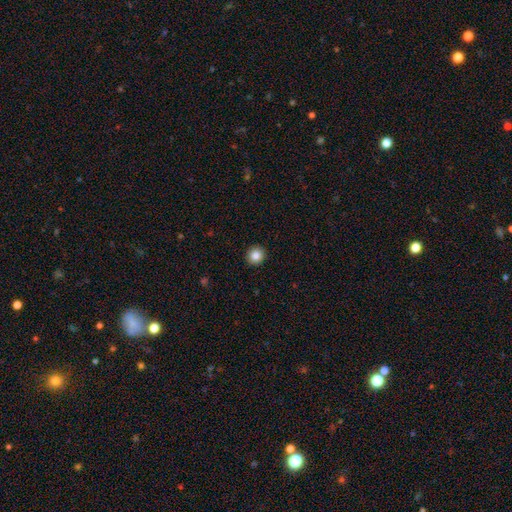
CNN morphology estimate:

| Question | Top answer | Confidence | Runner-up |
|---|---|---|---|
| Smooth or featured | smooth | 84% | star or artifact (10%) |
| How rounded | round | 93% | in between (6%) |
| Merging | none | 93% | minor disturbance (4%) |